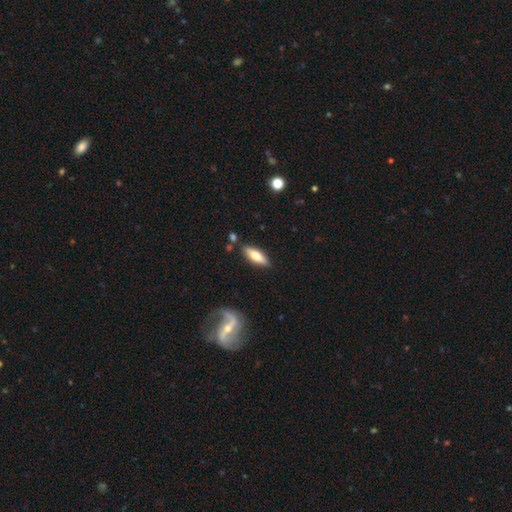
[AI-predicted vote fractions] Smooth or featured? Predicted: smooth (p=0.67). How rounded? Predicted: in between (p=0.55). Merging? Predicted: none (p=0.82).